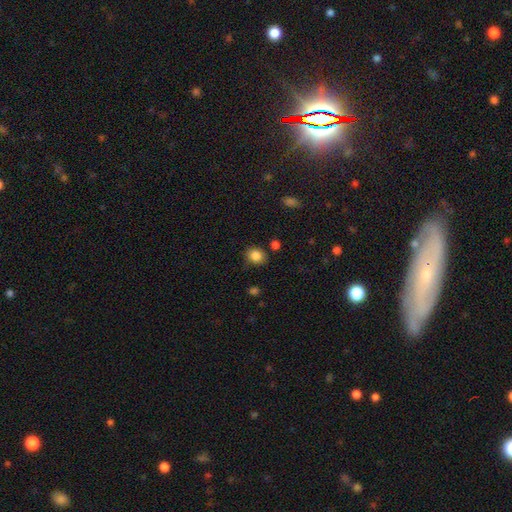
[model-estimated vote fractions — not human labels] Morphology: type=smooth (85%); roundness=round (66%); merging=none (80%).